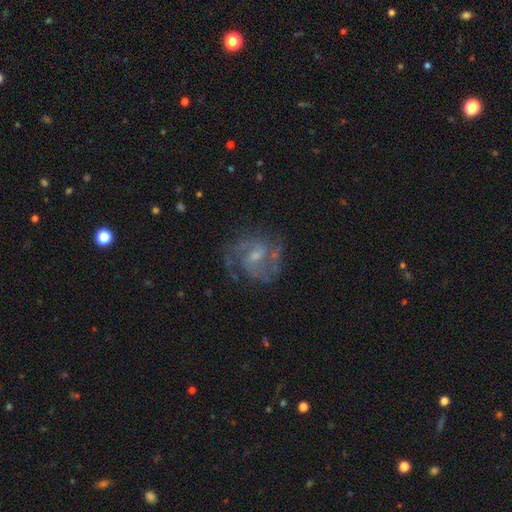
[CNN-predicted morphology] Smooth or featured: featured or disk — 85% (smooth — 9%)
Edge-on disk: no — 98% (yes — 2%)
Bar: weak — 60% (no — 26%)
Spiral arms: yes — 95% (no — 5%)
Spiral winding: medium — 55% (tight — 28%)
Spiral arm count: 2 — 79% (can't tell — 9%)
Bulge size: small — 55% (moderate — 32%)
Merging: none — 69% (minor disturbance — 18%)